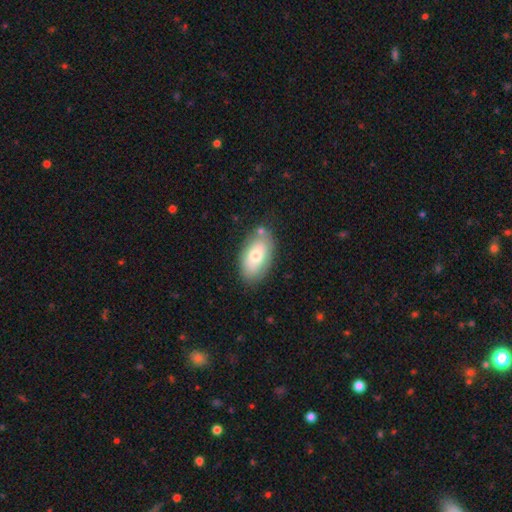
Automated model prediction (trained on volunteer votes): A smooth galaxy with no disk features (66%) that is in between round and cigar-shaped (93%).

Vote fractions:
- Smooth or featured? smooth: 66% / featured or disk: 27% / star or artifact: 7%
- How rounded? in between: 93% / round: 5% / cigar-shaped: 2%
- Merging? none: 72% / minor disturbance: 17% / merger: 7% / major disturbance: 4%